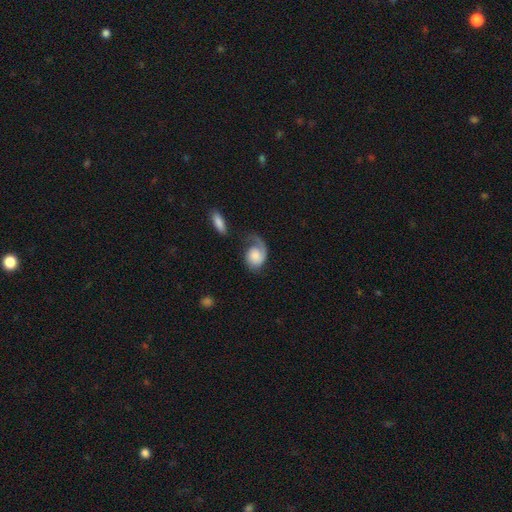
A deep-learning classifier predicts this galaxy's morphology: featured or disk 60%, smooth 34%, star or artifact 6%. Down the decision tree: edge-on disk — no (97%); bar — no (75%); spiral arms — yes (92%); spiral arm count — 1 (81%); spiral winding — loose (41%); bulge size — large (28%); merging — none (39%).